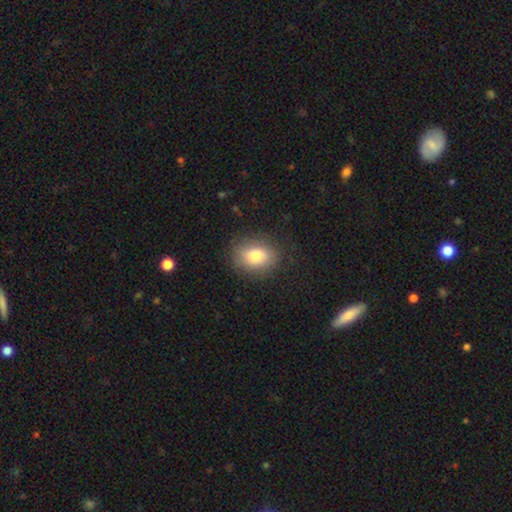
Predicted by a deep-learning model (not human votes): The model was most divided on "how rounded": in between: 62%, round: 36%, cigar-shaped: 1%. More confident: merging — none (82%); smooth or featured — smooth (78%).